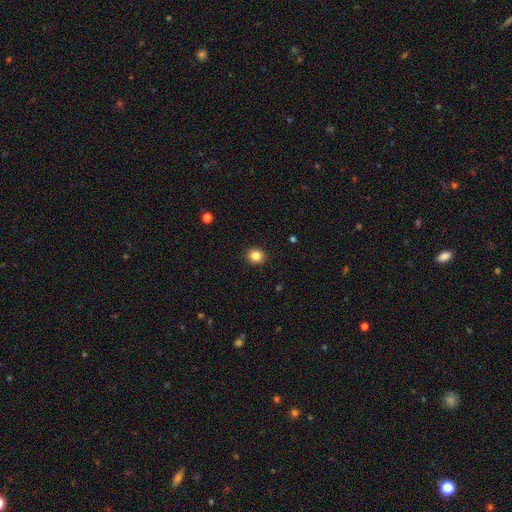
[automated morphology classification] The model was most divided on "how rounded": round: 82%, in between: 17%, cigar-shaped: 1%. More confident: merging — none (92%); smooth or featured — smooth (85%).